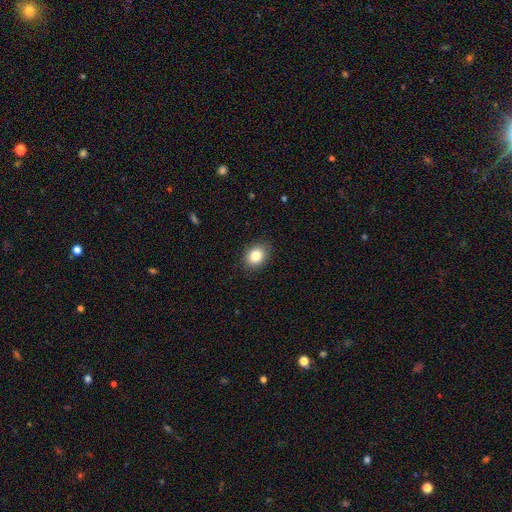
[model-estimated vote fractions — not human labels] Morphology: type=smooth (84%); roundness=in between (62%); merging=none (87%).